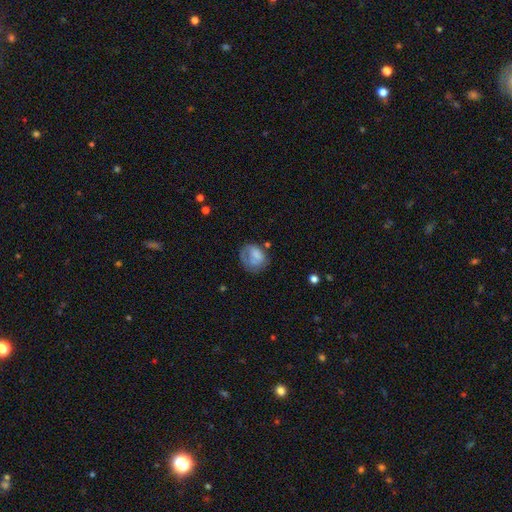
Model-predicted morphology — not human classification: Smooth or featured? smooth (57%)
How rounded? round (57%)
Merging? none (44%)